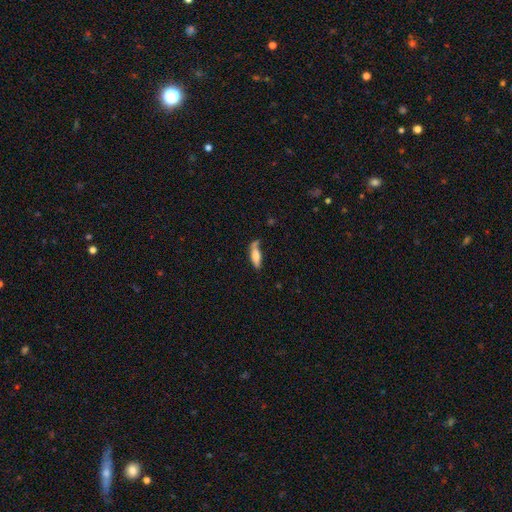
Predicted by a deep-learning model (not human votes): smooth-or-featured: smooth: 67% | featured or disk: 26% | star or artifact: 7%
  how-rounded: cigar-shaped: 50% | in between: 48% | round: 2%
  merging: none: 57% | minor disturbance: 26% | merger: 9% | major disturbance: 8%